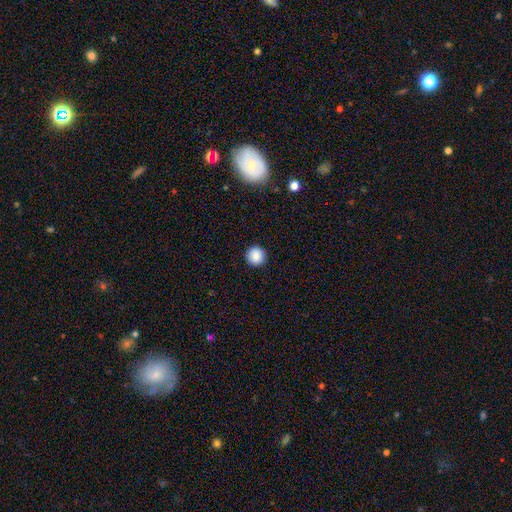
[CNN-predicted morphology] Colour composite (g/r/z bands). It shows a smooth galaxy with no disk features (88%) that is round (96%). Merging: none (93%).